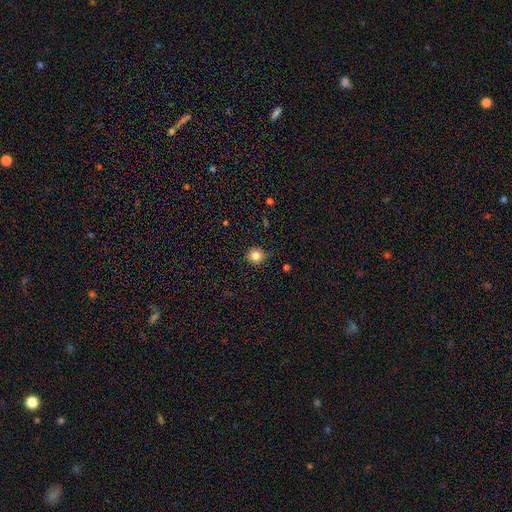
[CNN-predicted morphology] A smooth galaxy with no disk features (82%) that is round (88%).

Vote fractions:
- Smooth or featured? smooth: 82% / star or artifact: 11% / featured or disk: 7%
- How rounded? round: 88% / in between: 11% / cigar-shaped: 1%
- Merging? none: 89% / minor disturbance: 8% / major disturbance: 2% / merger: 1%